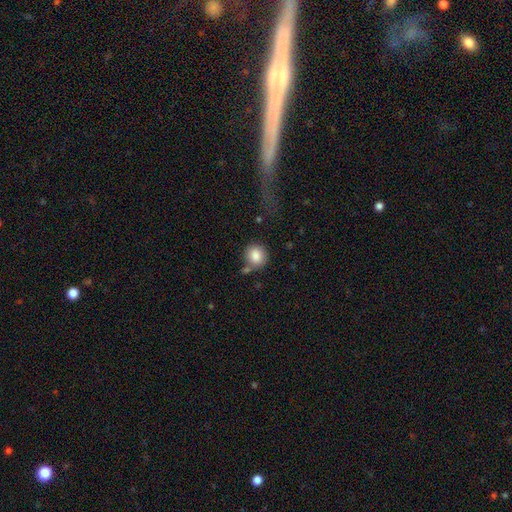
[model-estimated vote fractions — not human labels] This appears to be a smooth galaxy with no disk features (86%) that is round (89%). Merging: none (69%).